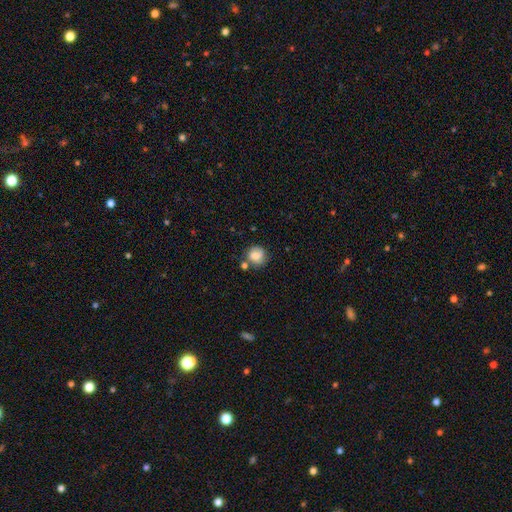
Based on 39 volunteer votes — This is likely a smooth galaxy (72%). How rounded: clearly round (89%). Merging: possibly none (54%).